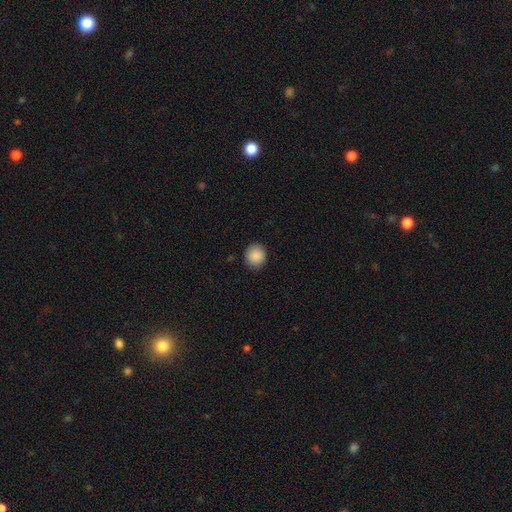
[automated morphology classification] smooth-or-featured: smooth: 89% | star or artifact: 8% | featured or disk: 3%
  how-rounded: round: 88% | in between: 11% | cigar-shaped: 1%
  merging: none: 89% | minor disturbance: 8% | major disturbance: 2% | merger: 1%